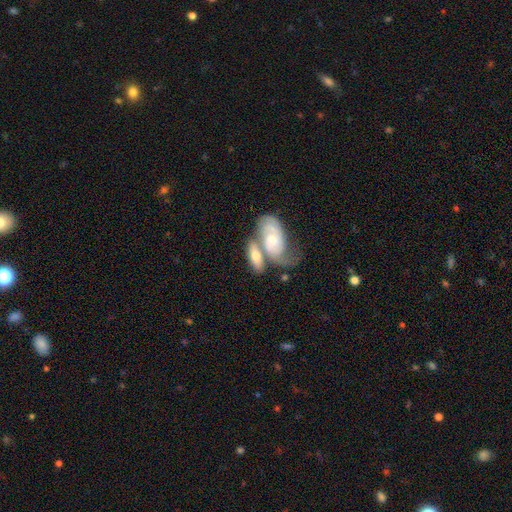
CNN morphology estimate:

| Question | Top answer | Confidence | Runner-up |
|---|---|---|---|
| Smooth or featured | smooth | 47% | tied: featured or disk (47%) |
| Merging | merger | 55% | none (27%) |